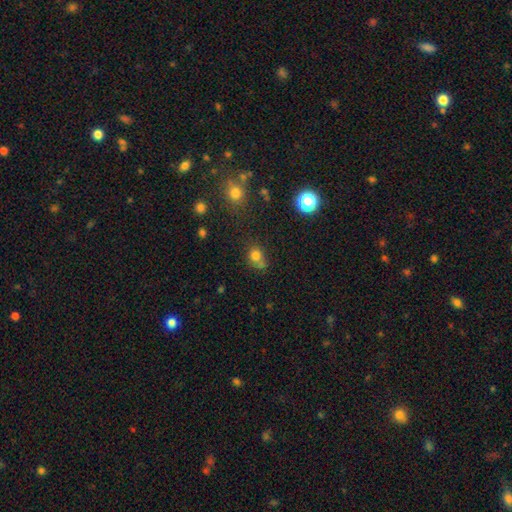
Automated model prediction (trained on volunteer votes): Smooth or featured: smooth — 76% (star or artifact — 15%)
How rounded: round — 67% (in between — 32%)
Merging: none — 50% (merger — 24%)